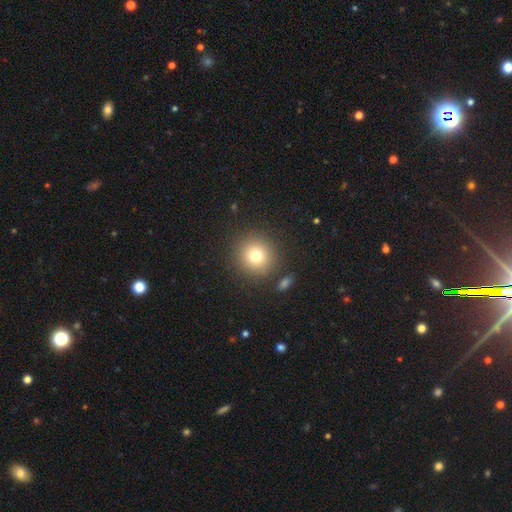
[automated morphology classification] Q: Smooth or featured?
A: smooth (76%); runner-up: star or artifact (14%)
Q: How rounded?
A: round (94%); runner-up: in between (5%)
Q: Merging?
A: none (88%); runner-up: minor disturbance (6%)